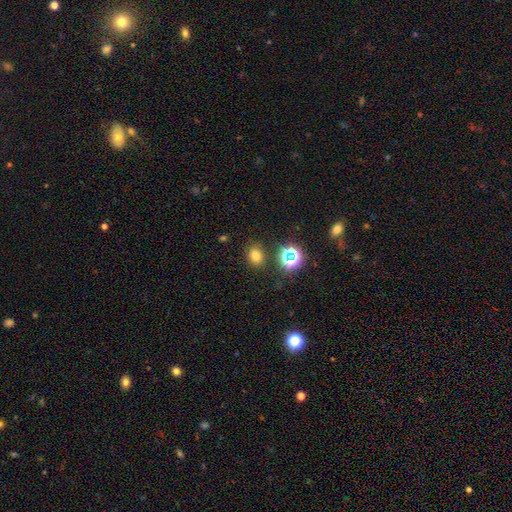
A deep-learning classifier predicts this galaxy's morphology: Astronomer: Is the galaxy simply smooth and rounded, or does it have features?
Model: smooth — 70%.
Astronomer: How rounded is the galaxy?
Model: round — 56% (runner-up: in between, 43%).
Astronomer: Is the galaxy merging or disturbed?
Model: none — 83%.